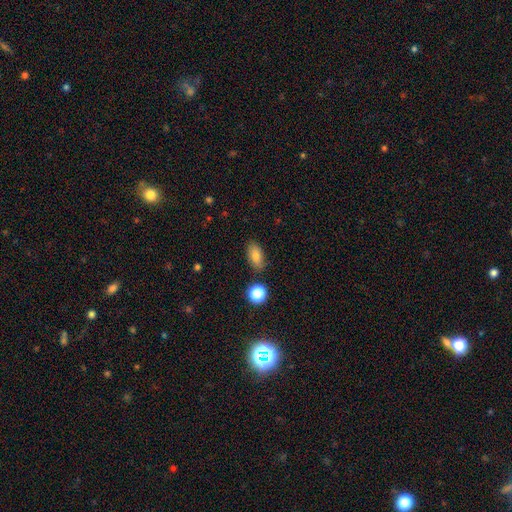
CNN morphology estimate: A smooth galaxy with no disk features (78%) that is in between round and cigar-shaped (87%).

Vote fractions:
- Smooth or featured? smooth: 78% / featured or disk: 12% / star or artifact: 10%
- How rounded? in between: 87% / round: 9% / cigar-shaped: 4%
- Merging? none: 82% / minor disturbance: 11% / merger: 4% / major disturbance: 3%